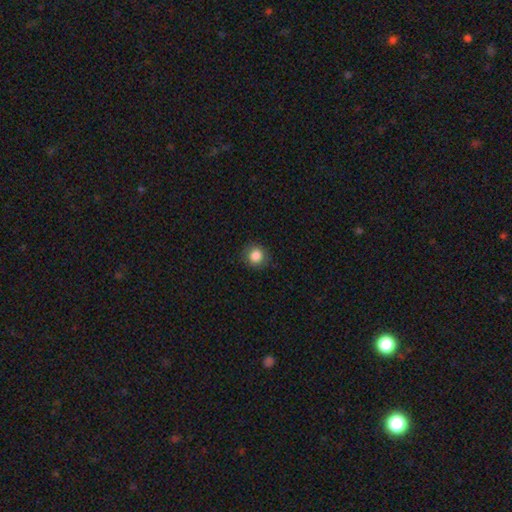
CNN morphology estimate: A smooth galaxy with no disk features (85%) that is round (89%).

Vote fractions:
- Smooth or featured? smooth: 85% / star or artifact: 10% / featured or disk: 5%
- How rounded? round: 89% / in between: 10% / cigar-shaped: 1%
- Merging? none: 87% / minor disturbance: 9% / major disturbance: 3% / merger: 1%